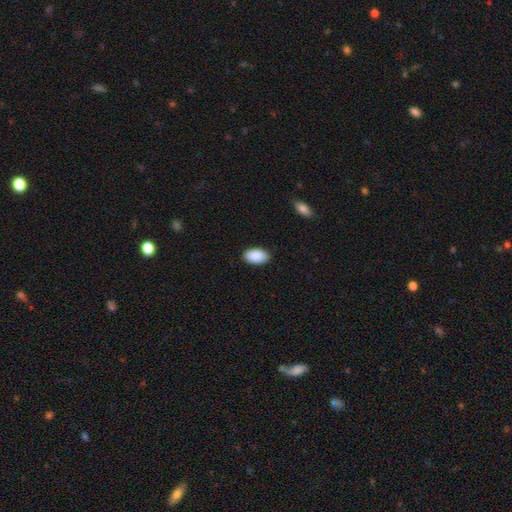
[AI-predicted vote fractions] Smooth or featured: smooth — 90% (star or artifact — 6%)
How rounded: in between — 95% (round — 4%)
Merging: none — 88% (minor disturbance — 9%)